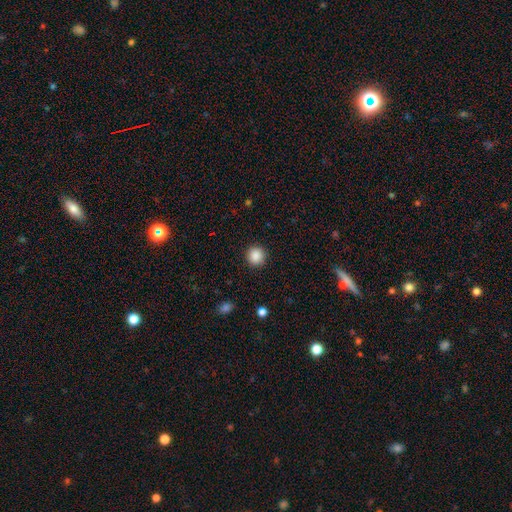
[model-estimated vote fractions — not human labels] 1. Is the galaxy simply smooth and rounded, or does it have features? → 88% smooth, 9% star or artifact, 3% featured or disk.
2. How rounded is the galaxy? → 94% round, 5% in between, 1% cigar-shaped.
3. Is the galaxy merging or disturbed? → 91% none, 6% minor disturbance, 2% major disturbance, 1% merger.